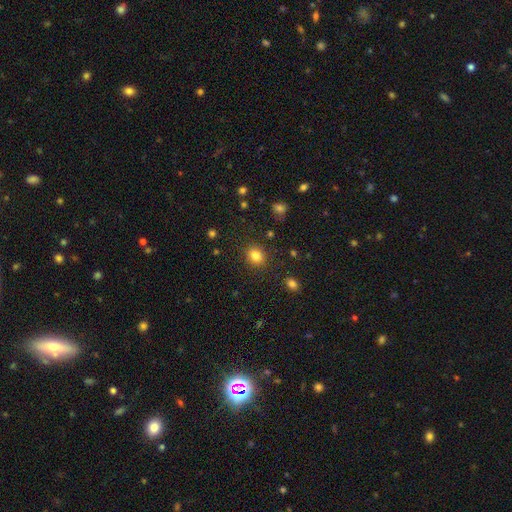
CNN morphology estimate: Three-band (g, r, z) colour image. It shows a smooth galaxy with no disk features (82%) that is round (67%). Merging: none (87%).